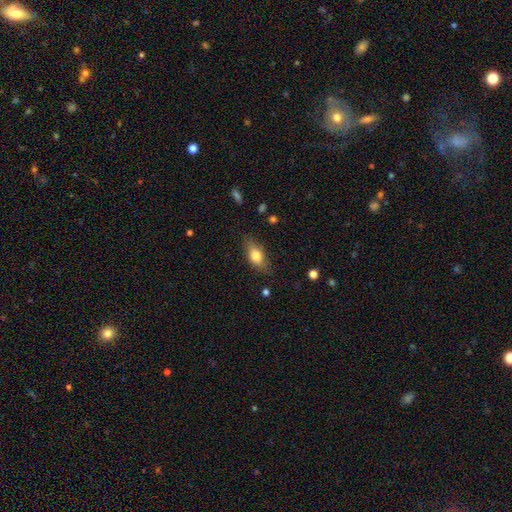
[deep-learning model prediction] Overall: smooth (77%). How rounded: in between (81%). Merging: none (77%).